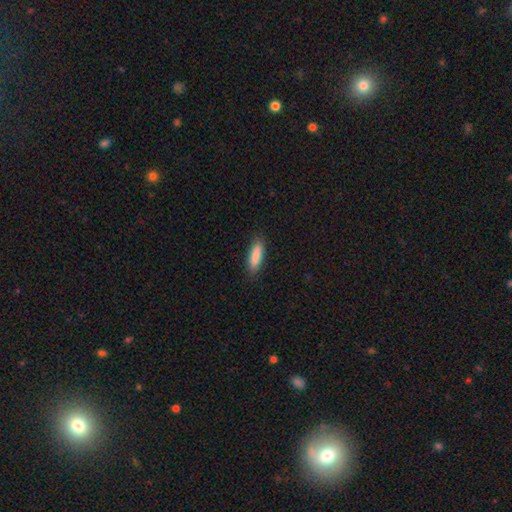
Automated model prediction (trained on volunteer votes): The model was most divided on "how rounded": cigar-shaped: 59%, in between: 39%, round: 2%. More confident: merging — none (88%); smooth or featured — smooth (88%).